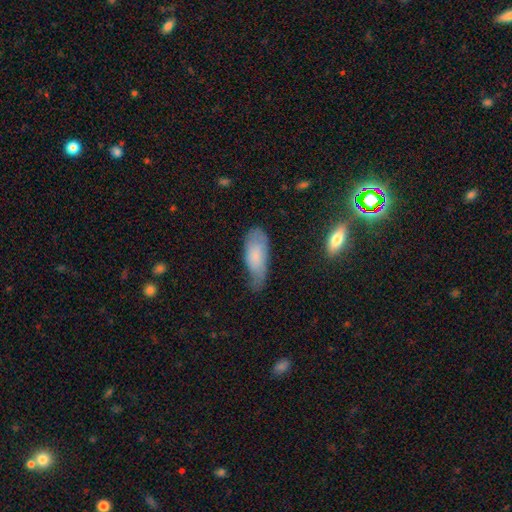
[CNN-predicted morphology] smooth-or-featured: smooth: 73% | featured or disk: 20% | star or artifact: 7%
  how-rounded: in between: 80% | cigar-shaped: 17% | round: 2%
  merging: minor disturbance: 42% | none: 40% | major disturbance: 15% | merger: 2%